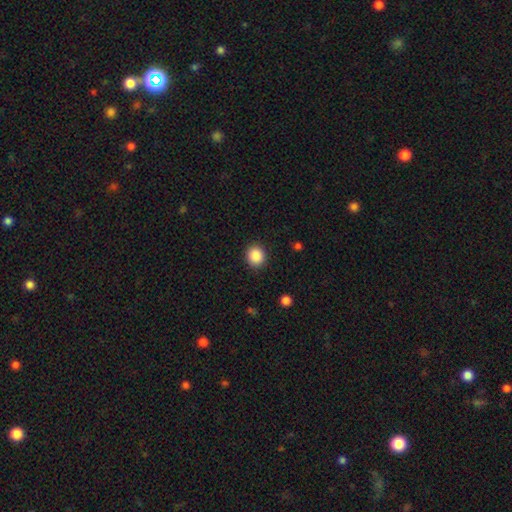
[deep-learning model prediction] Smooth or featured: smooth — 88% (star or artifact — 9%)
How rounded: round — 85% (in between — 14%)
Merging: none — 90% (minor disturbance — 6%)